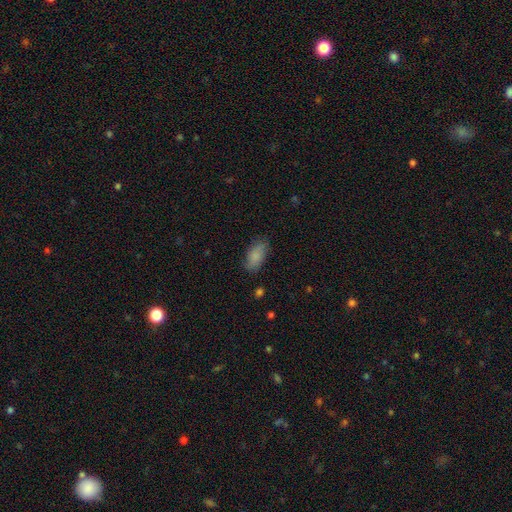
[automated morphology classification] Q: Smooth or featured?
A: smooth (83%); runner-up: featured or disk (10%)
Q: How rounded?
A: in between (90%); runner-up: cigar-shaped (7%)
Q: Merging?
A: none (76%); runner-up: minor disturbance (18%)